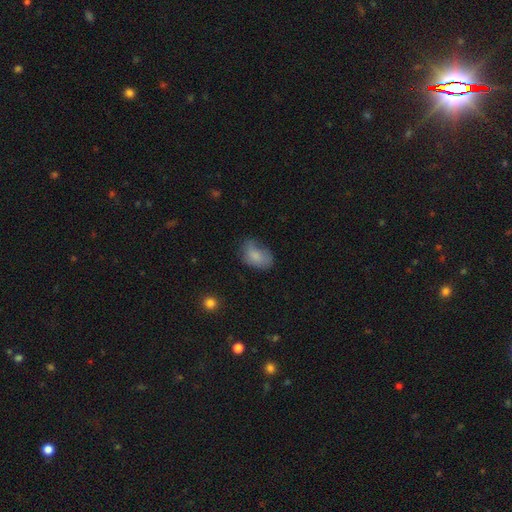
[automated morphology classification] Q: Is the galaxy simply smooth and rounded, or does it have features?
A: smooth — 79%.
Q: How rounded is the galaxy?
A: in between — 87%.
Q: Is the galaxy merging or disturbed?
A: none — 47%.